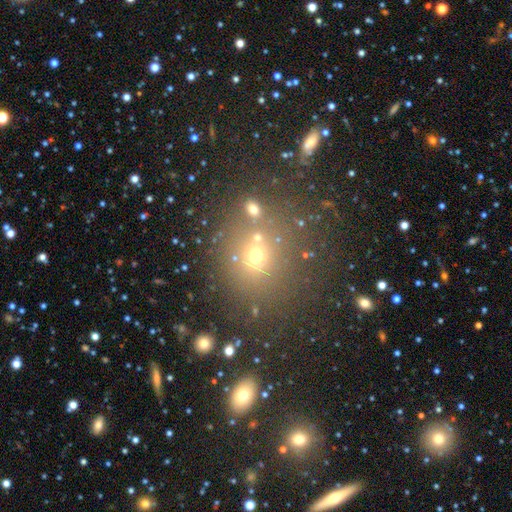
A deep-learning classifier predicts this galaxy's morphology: Smooth or featured?
  - smooth: 48% *
  - star or artifact: 40%
  - featured or disk: 12%
Merging?
  - none: 66% *
  - merger: 16%
  - minor disturbance: 11%
  - major disturbance: 6%